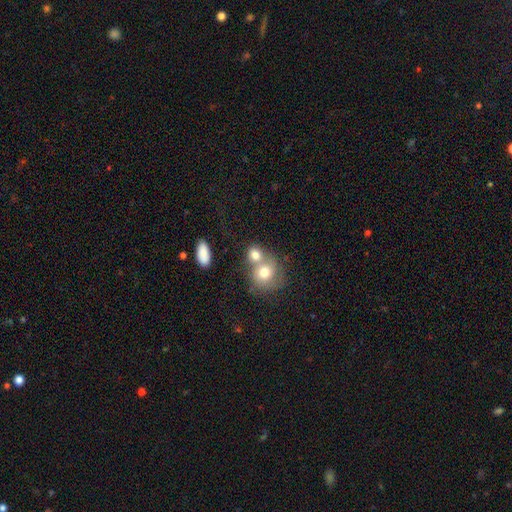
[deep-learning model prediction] Morphology: type=smooth (73%); roundness=round (69%); merging=merger (58%).